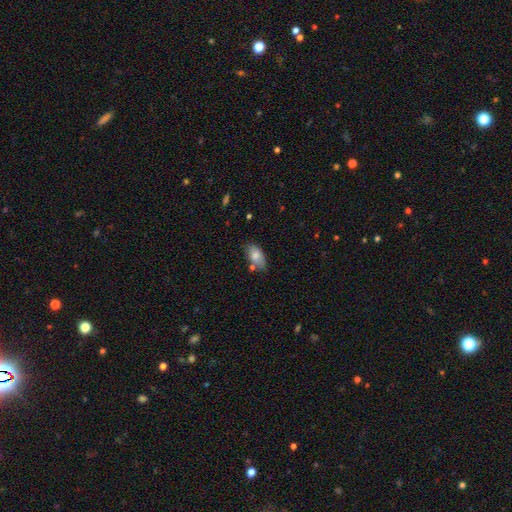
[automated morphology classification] smooth 77%, featured or disk 16%, star or artifact 7%. Down the decision tree: how rounded — in between (92%); merging — none (62%).